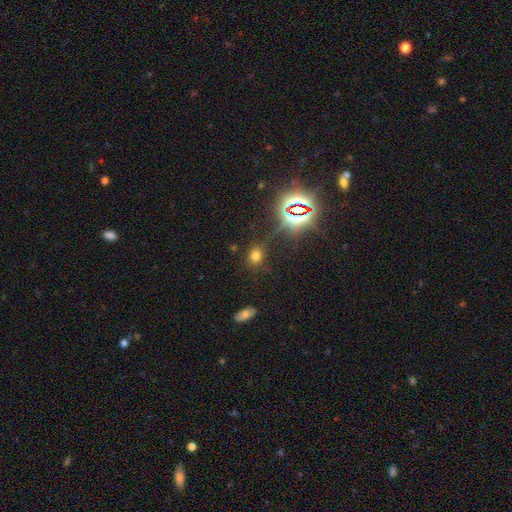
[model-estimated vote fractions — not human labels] A smooth galaxy with no disk features (60%) that is round (51%). Merging: none (76%).